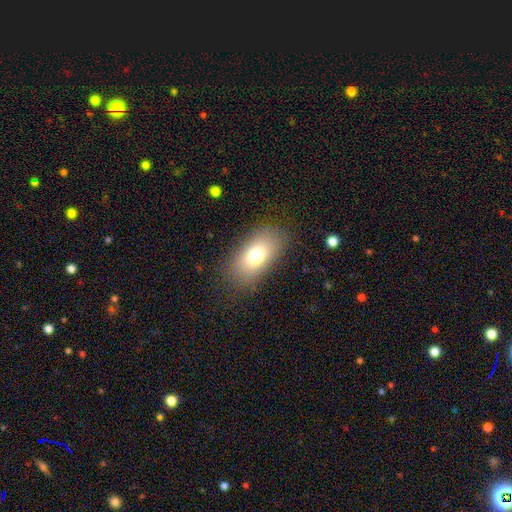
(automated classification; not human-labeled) Smooth or featured? smooth (74%)
How rounded? in between (90%)
Merging? none (83%)